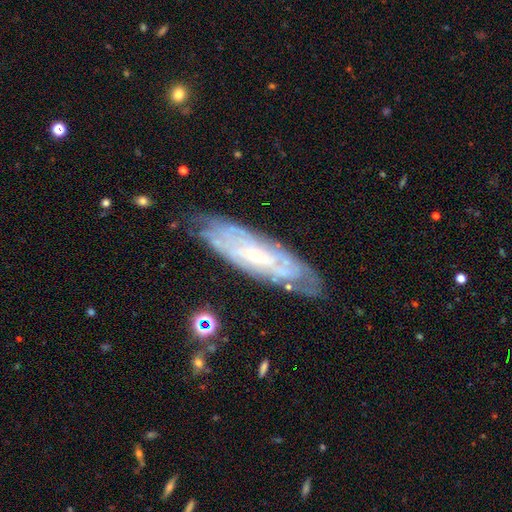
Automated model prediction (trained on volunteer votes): Smooth or featured?
  - featured or disk: 75% *
  - smooth: 17%
  - star or artifact: 7%
Edge-on disk?
  - no: 75% *
  - yes: 25%
Bar?
  - no: 63% *
  - weak: 28%
  - strong: 9%
Spiral arms?
  - yes: 84% *
  - no: 16%
Bulge size?
  - small: 77% *
  - moderate: 18%
  - none: 3%
  - large: 1%
  - dominant: 1%
Merging?
  - none: 74% *
  - minor disturbance: 19%
  - major disturbance: 5%
  - merger: 2%